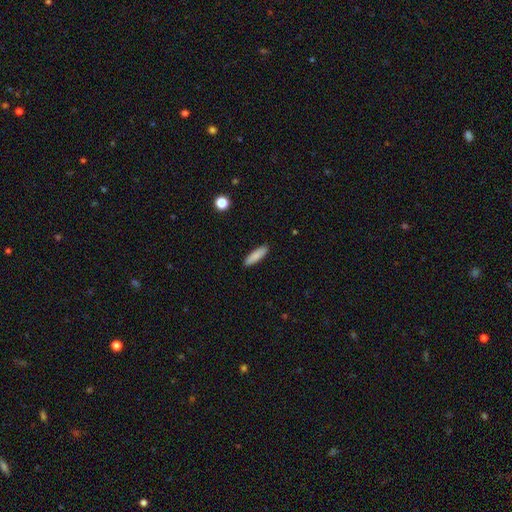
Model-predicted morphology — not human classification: Smooth or featured? smooth (86%)
How rounded? cigar-shaped (69%)
Merging? none (91%)